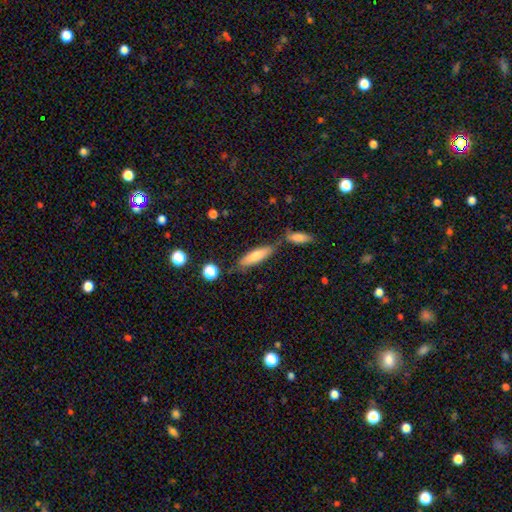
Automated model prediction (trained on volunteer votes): Smooth or featured: smooth — 75% (featured or disk — 18%)
How rounded: cigar-shaped — 66% (in between — 32%)
Merging: none — 66% (merger — 16%)